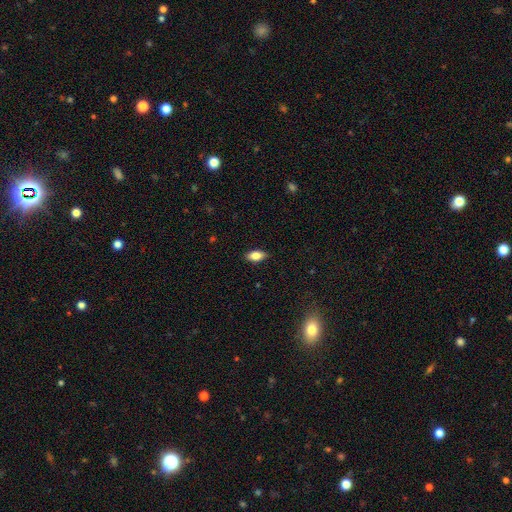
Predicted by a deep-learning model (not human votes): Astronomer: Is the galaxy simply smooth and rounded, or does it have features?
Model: smooth — 80%.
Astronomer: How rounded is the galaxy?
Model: in between — 88%.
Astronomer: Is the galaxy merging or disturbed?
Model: none — 88%.